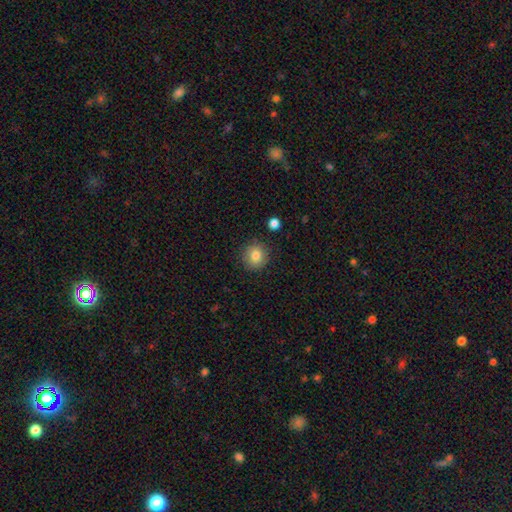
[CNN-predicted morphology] Smooth or featured? smooth (82%)
How rounded? round (90%)
Merging? none (87%)